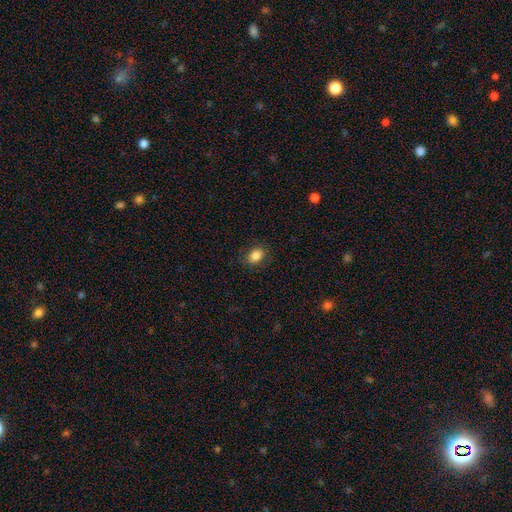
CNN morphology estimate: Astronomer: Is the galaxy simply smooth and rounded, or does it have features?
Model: smooth — 86%.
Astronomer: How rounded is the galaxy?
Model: in between — 70%.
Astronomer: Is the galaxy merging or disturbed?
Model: none — 86%.